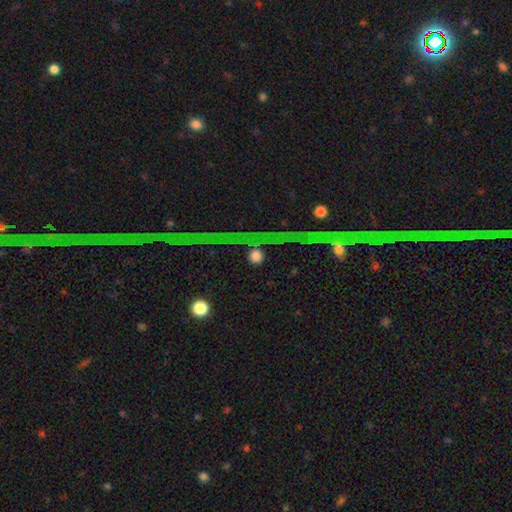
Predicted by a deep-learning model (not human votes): smooth_or_featured: smooth (p=0.50) [alt: star or artifact p=0.36]
how_rounded: round (p=0.89) [alt: in between p=0.07]
merging: none (p=0.81) [alt: minor disturbance p=0.08]